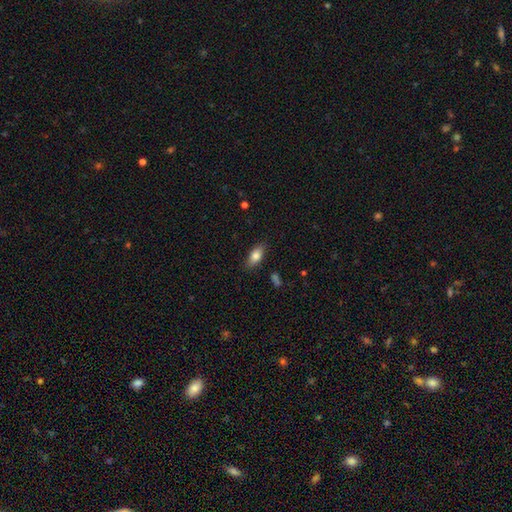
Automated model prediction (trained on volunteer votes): smooth 81%, featured or disk 12%, star or artifact 7%. Down the decision tree: how rounded — in between (85%); merging — none (84%).